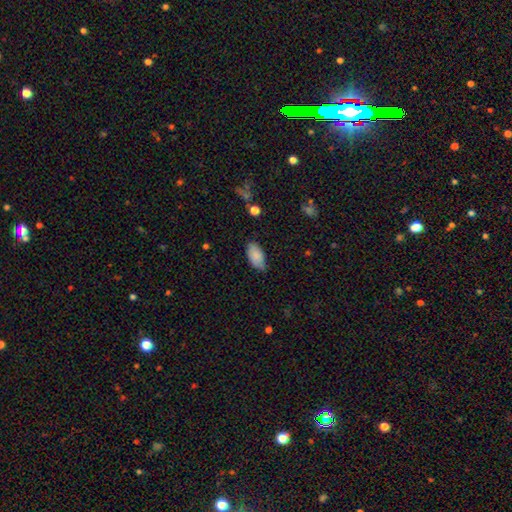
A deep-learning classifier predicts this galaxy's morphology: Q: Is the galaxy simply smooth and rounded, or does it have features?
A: smooth — 86%.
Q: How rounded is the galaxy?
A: in between — 94%.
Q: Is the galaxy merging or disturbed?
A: none — 75%.